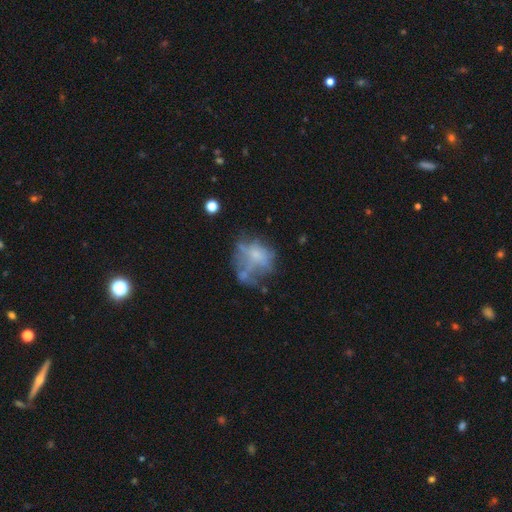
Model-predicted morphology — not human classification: Smooth or featured: featured or disk — 47% (smooth — 39%)
Merging: none — 34% (major disturbance — 33%)